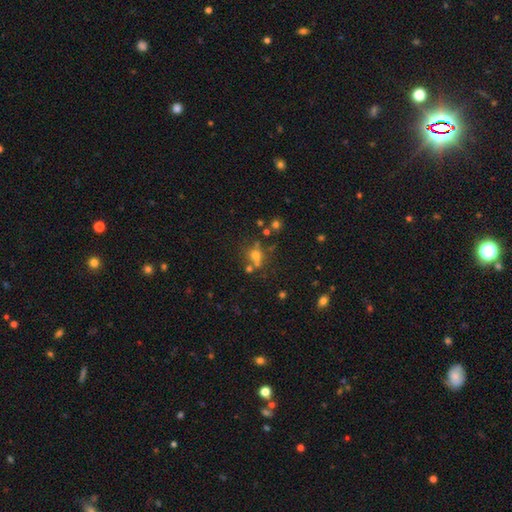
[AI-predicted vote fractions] Overall: smooth (54%; star or artifact 26%). How rounded: round (58%; in between 38%). Merging: none (57%; merger 21%).